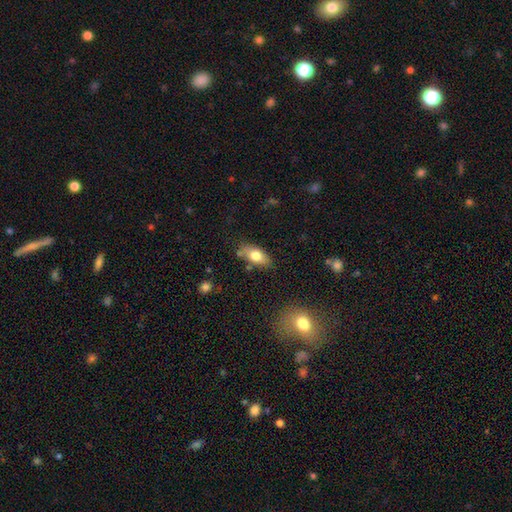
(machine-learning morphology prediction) This is likely a smooth galaxy (73%). How rounded: clearly in between (85%). Merging: likely none (74%).